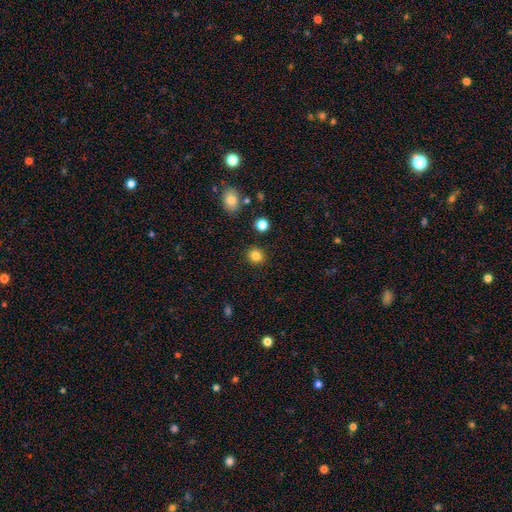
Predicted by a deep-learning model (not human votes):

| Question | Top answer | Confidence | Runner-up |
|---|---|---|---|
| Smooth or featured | smooth | 84% | star or artifact (11%) |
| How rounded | round | 84% | in between (15%) |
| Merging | none | 90% | minor disturbance (6%) |